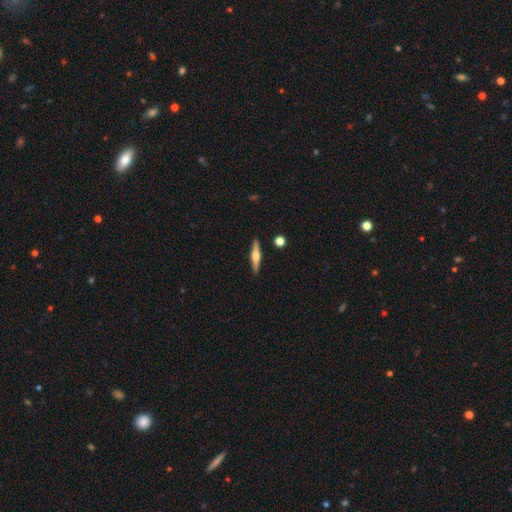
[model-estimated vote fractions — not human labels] featured or disk 61%, smooth 33%, star or artifact 6%. Down the decision tree: edge-on disk — yes (97%); edge-on bulge — rounded (90%); merging — none (90%).